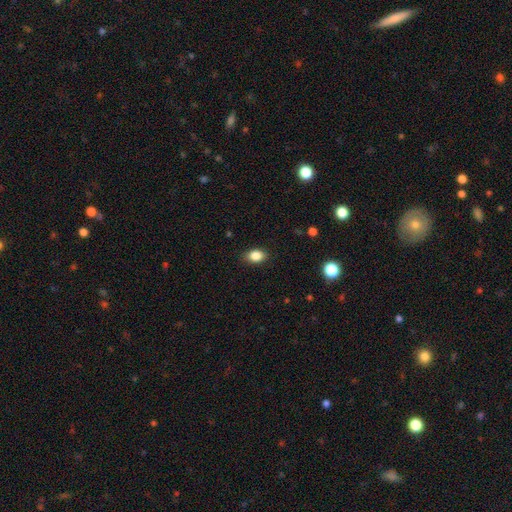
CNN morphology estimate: smooth 86%, star or artifact 9%, featured or disk 5%. Down the decision tree: how rounded — in between (81%); merging — none (87%).